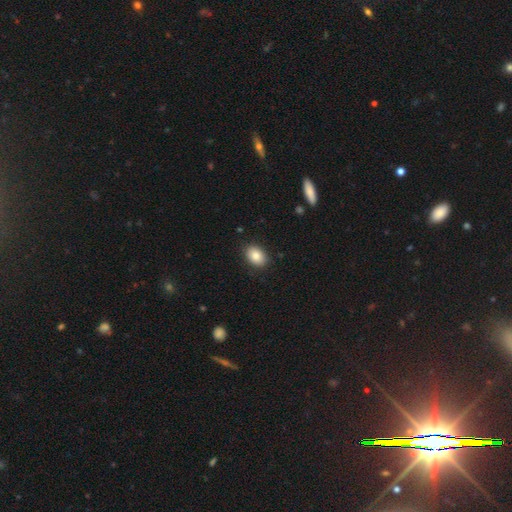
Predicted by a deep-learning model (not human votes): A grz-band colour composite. It shows a smooth galaxy with no disk features (84%) that is in between round and cigar-shaped (76%). Merging: none (87%).